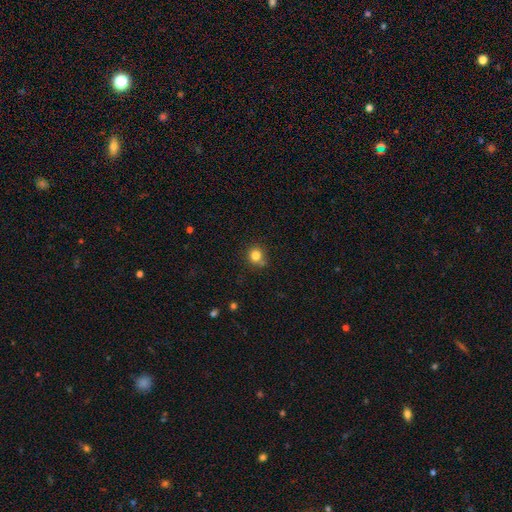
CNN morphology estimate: smooth 82%, star or artifact 12%, featured or disk 6%. Down the decision tree: how rounded — round (87%); merging — none (74%).